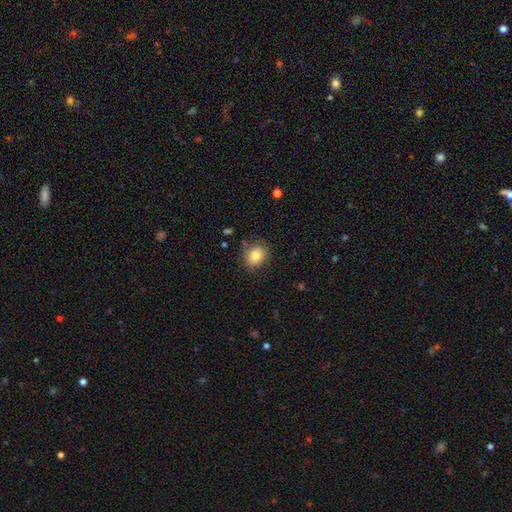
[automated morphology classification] Smooth or featured: smooth — 81% (star or artifact — 10%)
How rounded: round — 66% (in between — 33%)
Merging: none — 82% (minor disturbance — 13%)